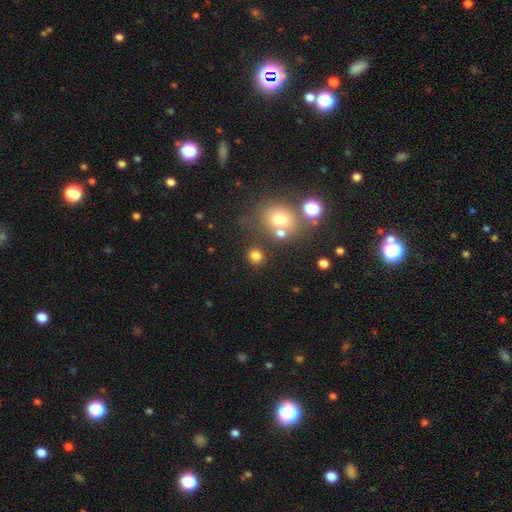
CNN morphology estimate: A smooth galaxy with no disk features (78%) that is round (85%).

Vote fractions:
- Smooth or featured? smooth: 78% / star or artifact: 16% / featured or disk: 7%
- How rounded? round: 85% / in between: 14% / cigar-shaped: 1%
- Merging? none: 78% / merger: 10% / minor disturbance: 8% / major disturbance: 4%